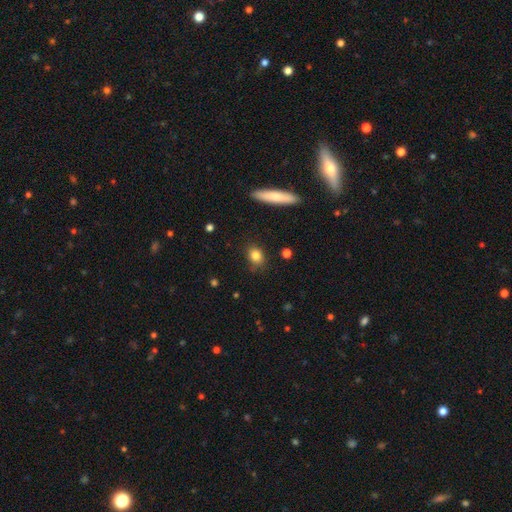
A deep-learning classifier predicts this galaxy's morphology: Smooth or featured? Predicted: smooth (p=0.83). How rounded? Predicted: in between (p=0.58). Merging? Predicted: none (p=0.82).